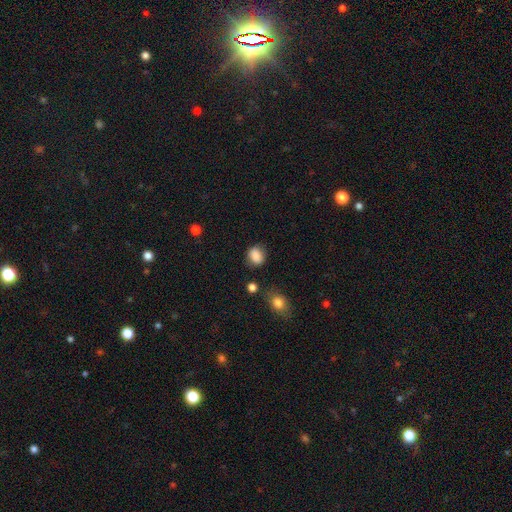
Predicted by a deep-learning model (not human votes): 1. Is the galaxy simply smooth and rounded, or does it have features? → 86% smooth, 9% star or artifact, 6% featured or disk.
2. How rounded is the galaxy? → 55% round, 44% in between, 1% cigar-shaped.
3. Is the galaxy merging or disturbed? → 76% none, 16% minor disturbance, 5% major disturbance, 3% merger.